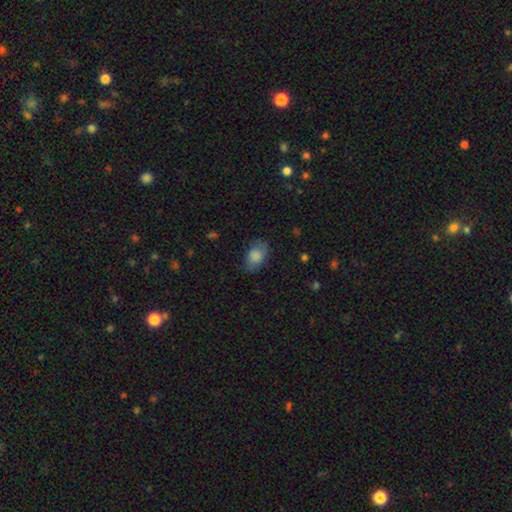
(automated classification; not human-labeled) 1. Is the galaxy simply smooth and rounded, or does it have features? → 79% smooth, 12% featured or disk, 8% star or artifact.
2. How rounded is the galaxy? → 83% in between, 15% round, 1% cigar-shaped.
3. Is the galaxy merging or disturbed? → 66% none, 24% minor disturbance, 8% major disturbance, 1% merger.